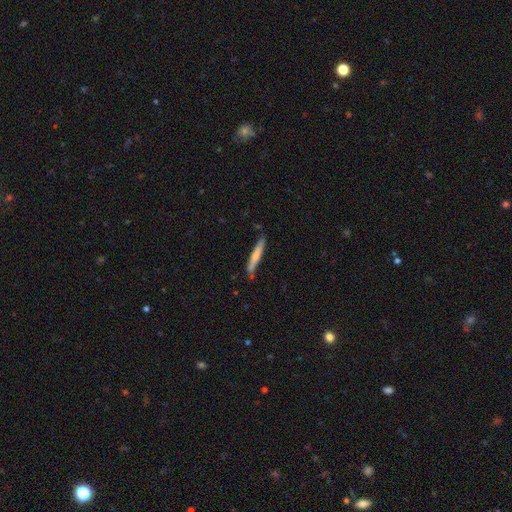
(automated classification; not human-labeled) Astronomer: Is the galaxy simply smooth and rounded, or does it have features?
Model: smooth — 60% (runner-up: featured or disk, 35%).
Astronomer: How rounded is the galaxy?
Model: cigar-shaped — 94%.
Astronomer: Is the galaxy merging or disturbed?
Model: none — 79%.